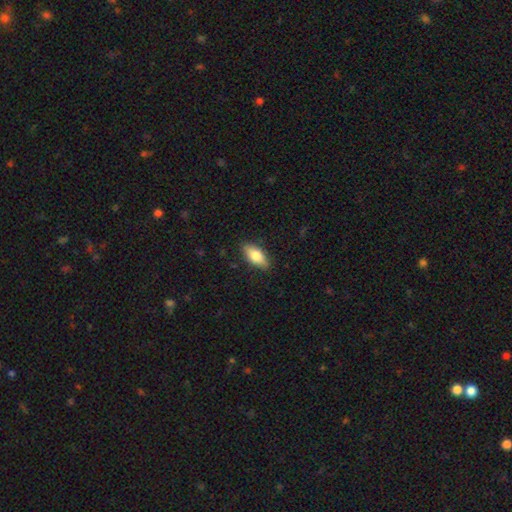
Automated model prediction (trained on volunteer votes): Smooth or featured?
  - smooth: 78% *
  - featured or disk: 16%
  - star or artifact: 6%
How rounded?
  - in between: 86% *
  - cigar-shaped: 11%
  - round: 3%
Merging?
  - none: 86% *
  - minor disturbance: 11%
  - major disturbance: 2%
  - merger: 1%